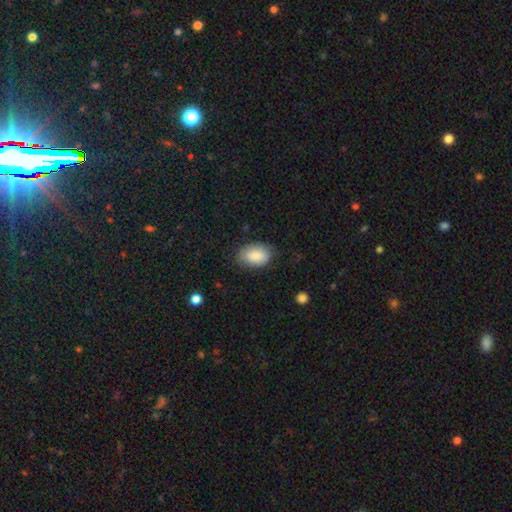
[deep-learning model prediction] smooth_or_featured: smooth (p=0.85) [alt: featured or disk p=0.08]
how_rounded: in between (p=0.87) [alt: round p=0.12]
merging: none (p=0.74) [alt: minor disturbance p=0.19]